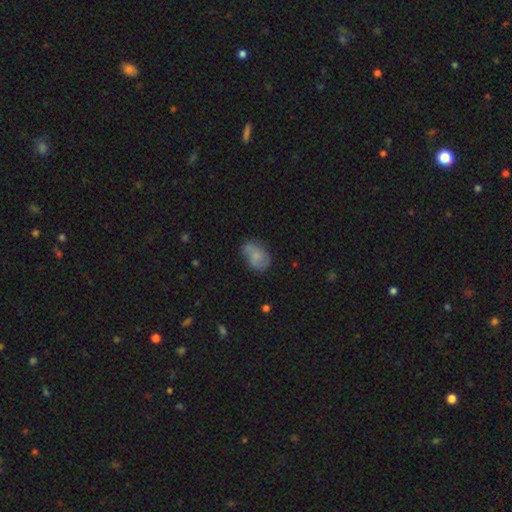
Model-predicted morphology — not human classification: smooth 66%, featured or disk 25%, star or artifact 9%. Down the decision tree: how rounded — in between (81%); merging — none (56%).